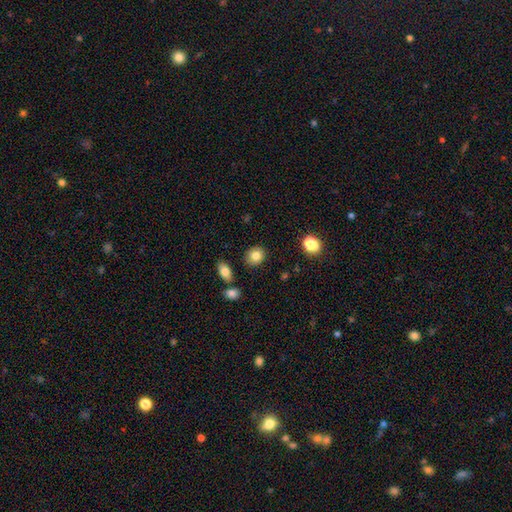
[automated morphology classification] Q: Smooth or featured?
A: smooth (82%); runner-up: star or artifact (10%)
Q: How rounded?
A: round (71%); runner-up: in between (28%)
Q: Merging?
A: none (87%); runner-up: minor disturbance (8%)